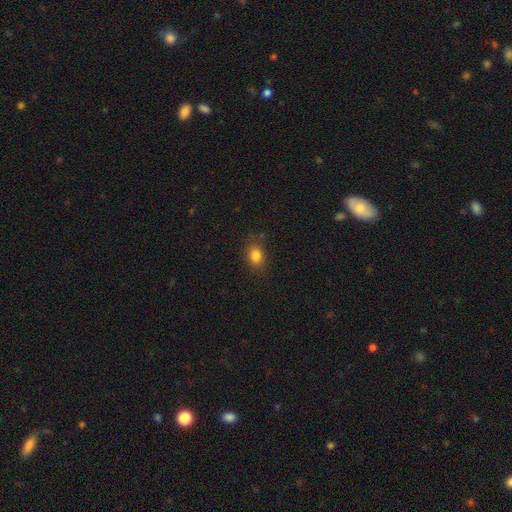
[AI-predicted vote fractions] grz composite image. It shows a smooth galaxy with no disk features (82%) that is in between round and cigar-shaped (60%). Merging: none (80%).